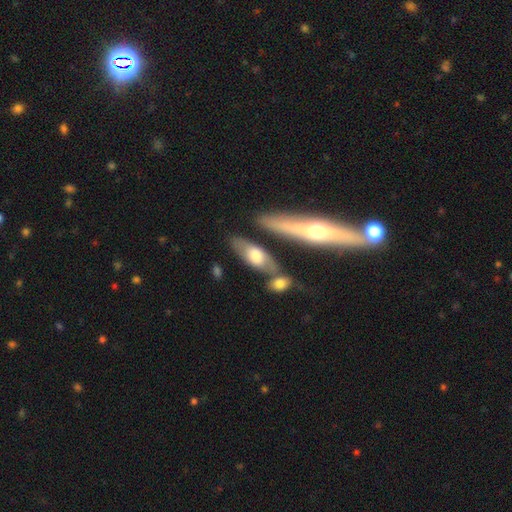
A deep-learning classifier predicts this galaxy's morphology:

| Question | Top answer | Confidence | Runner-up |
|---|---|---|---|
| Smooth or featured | smooth | 58% | featured or disk (37%) |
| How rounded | in between | 66% | cigar-shaped (30%) |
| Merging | none | 64% | minor disturbance (16%) |